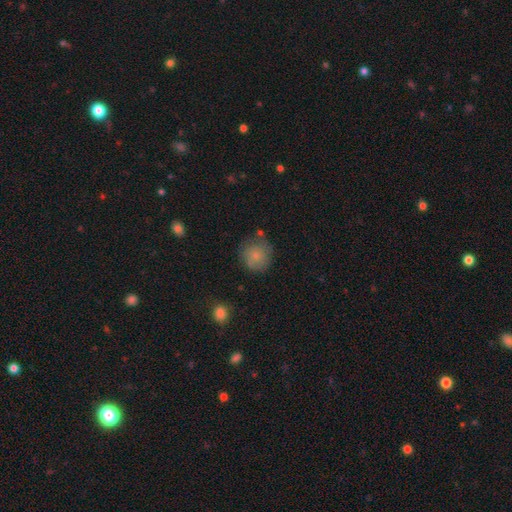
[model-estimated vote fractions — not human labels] smooth 79%, featured or disk 13%, star or artifact 9%. Down the decision tree: how rounded — round (91%); merging — none (68%).